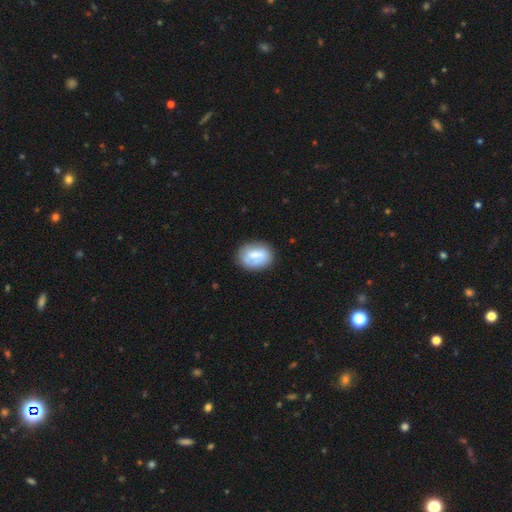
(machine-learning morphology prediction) smooth-or-featured: smooth: 68% | featured or disk: 25% | star or artifact: 7%
  how-rounded: in between: 73% | round: 25% | cigar-shaped: 2%
  merging: none: 74% | minor disturbance: 19% | major disturbance: 5% | merger: 2%